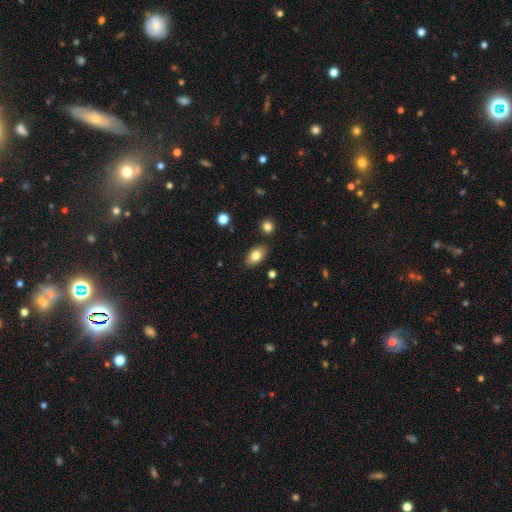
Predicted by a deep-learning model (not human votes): Smooth or featured? smooth (80%)
How rounded? in between (90%)
Merging? none (85%)